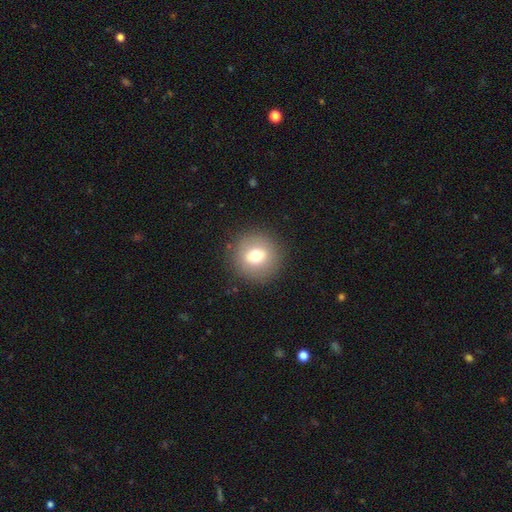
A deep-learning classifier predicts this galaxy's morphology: This appears to be a smooth galaxy with no disk features (70%) that is round (93%). Merging: none (89%).